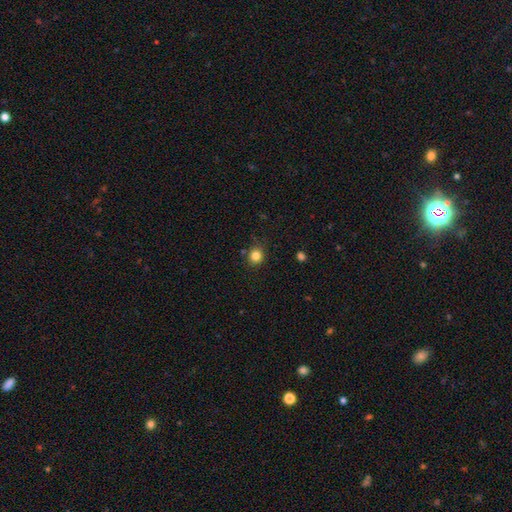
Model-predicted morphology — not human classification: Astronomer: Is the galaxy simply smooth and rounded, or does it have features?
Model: smooth — 83%.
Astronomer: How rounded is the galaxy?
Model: round — 84%.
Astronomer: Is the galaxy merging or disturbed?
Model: none — 83%.